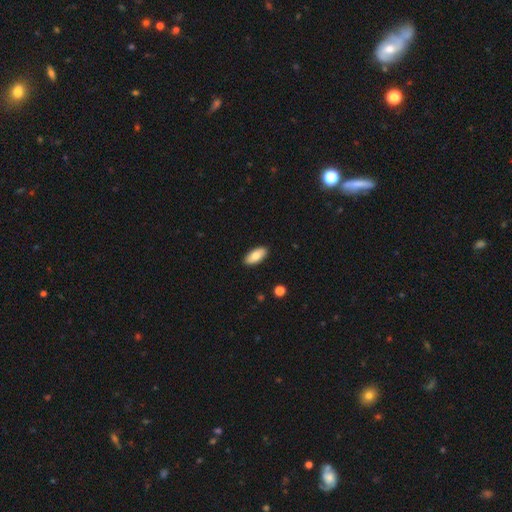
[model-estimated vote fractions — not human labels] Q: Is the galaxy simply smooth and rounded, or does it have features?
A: smooth — 81%.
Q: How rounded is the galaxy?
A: in between — 90%.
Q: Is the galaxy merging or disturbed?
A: none — 90%.